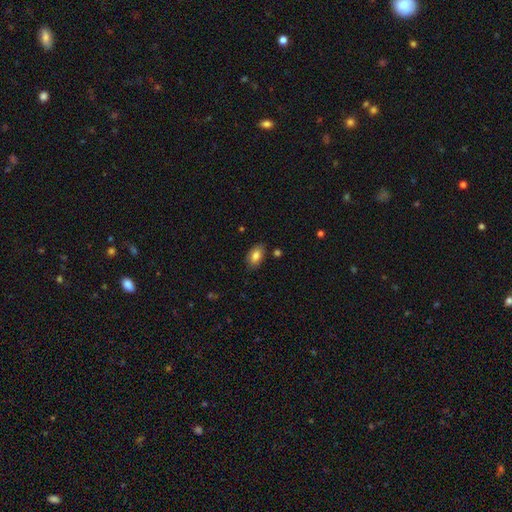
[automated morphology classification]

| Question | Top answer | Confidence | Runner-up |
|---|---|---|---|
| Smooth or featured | smooth | 83% | featured or disk (9%) |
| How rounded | in between | 91% | round (7%) |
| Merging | none | 83% | minor disturbance (13%) |